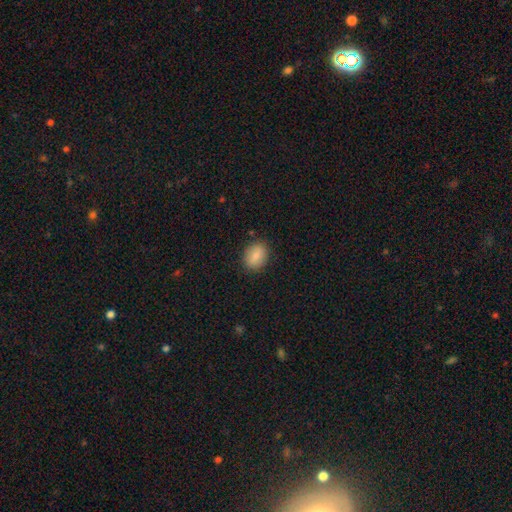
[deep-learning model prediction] A smooth galaxy with no disk features (85%) that is in between round and cigar-shaped (61%).

Vote fractions:
- Smooth or featured? smooth: 85% / star or artifact: 8% / featured or disk: 7%
- How rounded? in between: 61% / round: 37% / cigar-shaped: 1%
- Merging? none: 86% / minor disturbance: 10% / major disturbance: 3% / merger: 1%